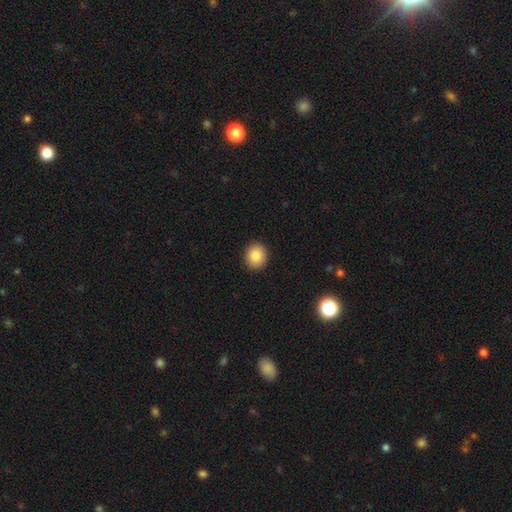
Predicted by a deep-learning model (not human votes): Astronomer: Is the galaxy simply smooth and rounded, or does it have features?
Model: smooth — 85%.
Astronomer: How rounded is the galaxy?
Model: round — 77%.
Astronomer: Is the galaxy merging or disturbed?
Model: none — 92%.